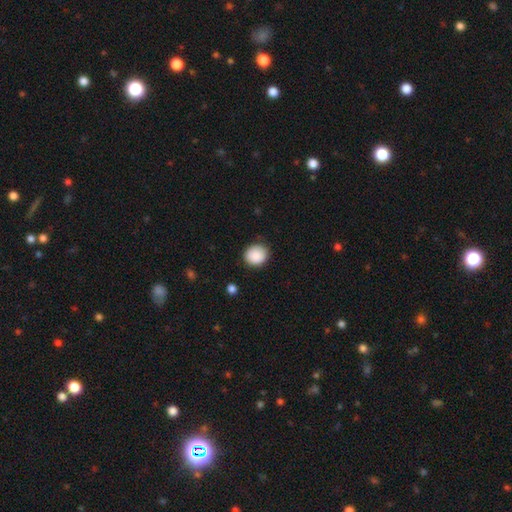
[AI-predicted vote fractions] This is clearly a smooth galaxy (89%). How rounded: clearly round (82%). Merging: clearly none (88%).